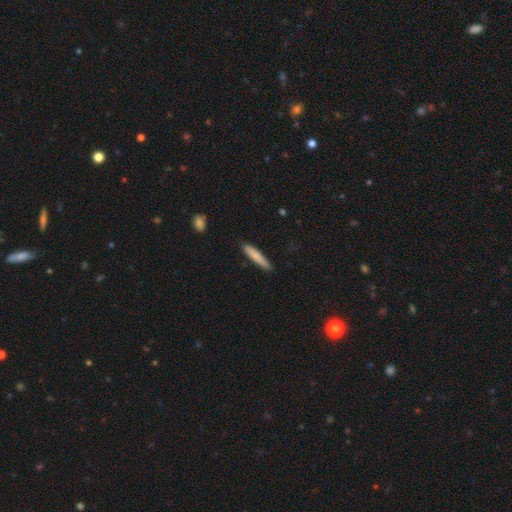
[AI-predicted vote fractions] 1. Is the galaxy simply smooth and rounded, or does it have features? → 80% smooth, 14% featured or disk, 6% star or artifact.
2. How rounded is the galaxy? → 91% cigar-shaped, 8% in between, 1% round.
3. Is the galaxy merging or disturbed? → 87% none, 10% minor disturbance, 2% major disturbance, 1% merger.